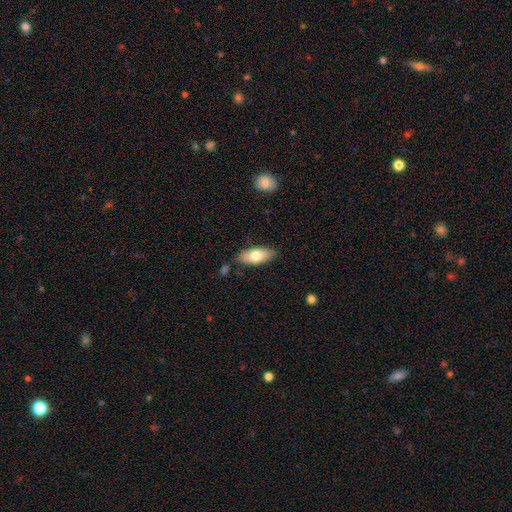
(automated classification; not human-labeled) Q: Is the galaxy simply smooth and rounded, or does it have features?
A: smooth — 73%.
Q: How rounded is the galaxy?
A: in between — 83%.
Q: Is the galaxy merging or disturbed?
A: none — 82%.